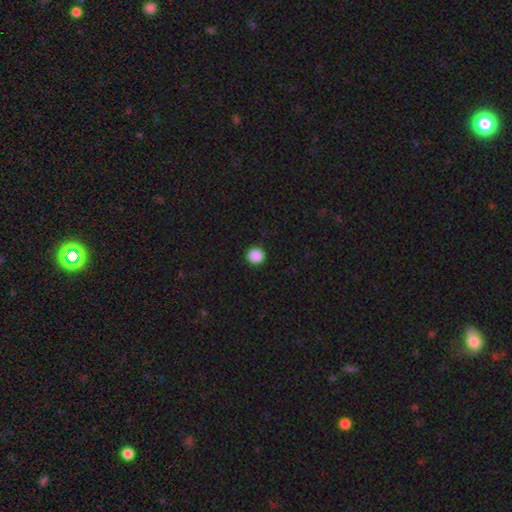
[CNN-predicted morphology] Smooth or featured? Predicted: smooth (p=0.88). How rounded? Predicted: round (p=0.93). Merging? Predicted: none (p=0.92).